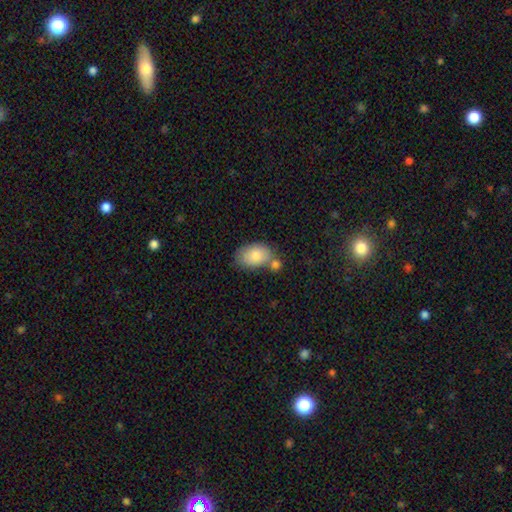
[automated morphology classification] Overall: smooth (82%). How rounded: in between (89%). Merging: none (51%; merger 26%).